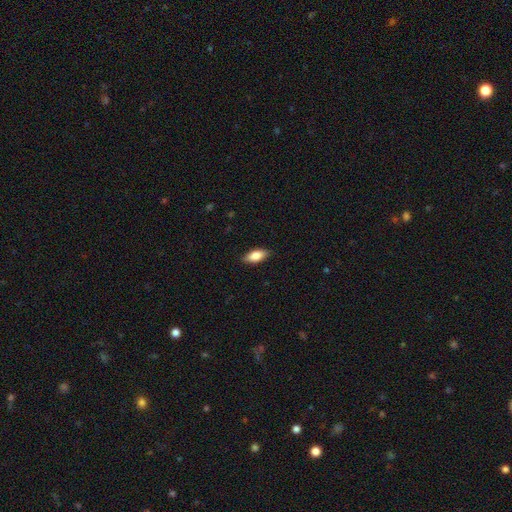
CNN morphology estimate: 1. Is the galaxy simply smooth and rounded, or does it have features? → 82% smooth, 12% featured or disk, 6% star or artifact.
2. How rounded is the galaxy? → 86% in between, 11% cigar-shaped, 3% round.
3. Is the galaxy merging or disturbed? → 87% none, 10% minor disturbance, 2% major disturbance, 1% merger.